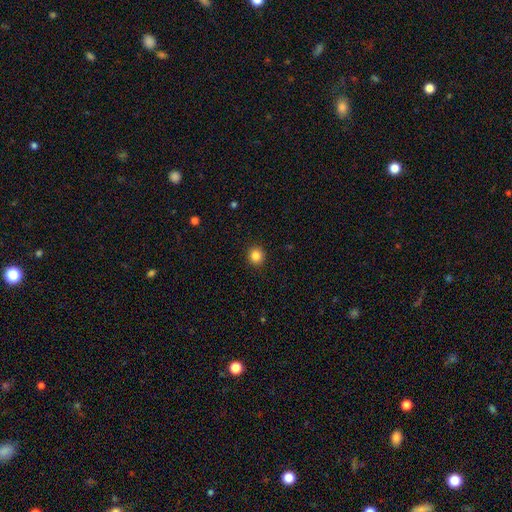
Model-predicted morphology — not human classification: A smooth galaxy with no disk features (85%) that is round (91%). Merging: none (92%).